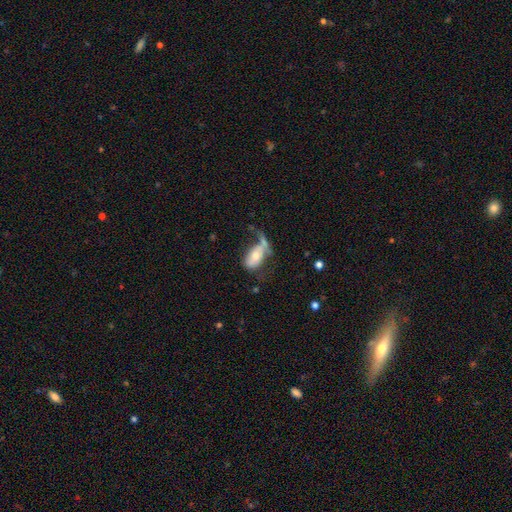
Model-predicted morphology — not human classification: This is possibly a smooth galaxy (55%). How rounded: clearly in between (89%). Merging: marginally major disturbance (36%).